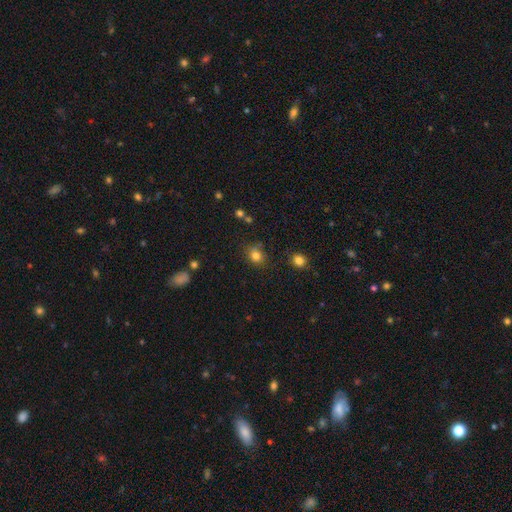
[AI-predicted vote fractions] This appears to be a smooth galaxy with no disk features (81%) that is round (68%). Merging: none (76%).